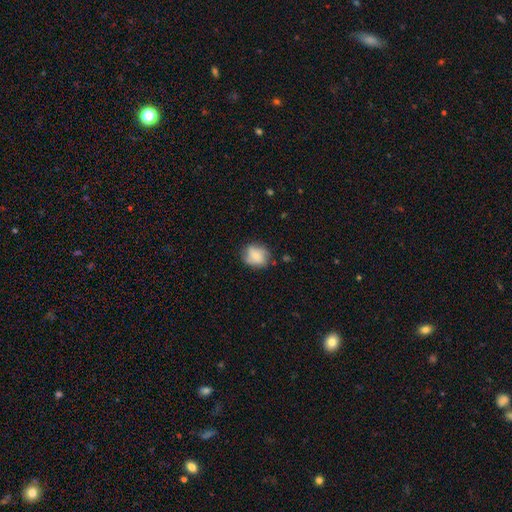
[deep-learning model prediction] Smooth or featured? smooth (62%)
How rounded? round (61%)
Merging? none (68%)